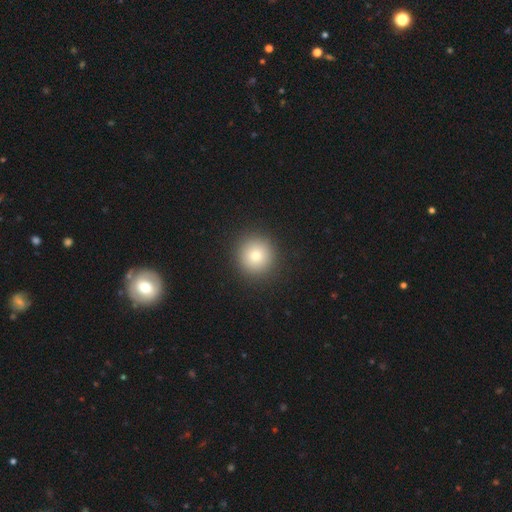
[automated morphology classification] A smooth galaxy with no disk features (78%) that is round (94%).

Vote fractions:
- Smooth or featured? smooth: 78% / star or artifact: 13% / featured or disk: 9%
- How rounded? round: 94% / in between: 5% / cigar-shaped: 1%
- Merging? none: 92% / minor disturbance: 5% / major disturbance: 2% / merger: 1%